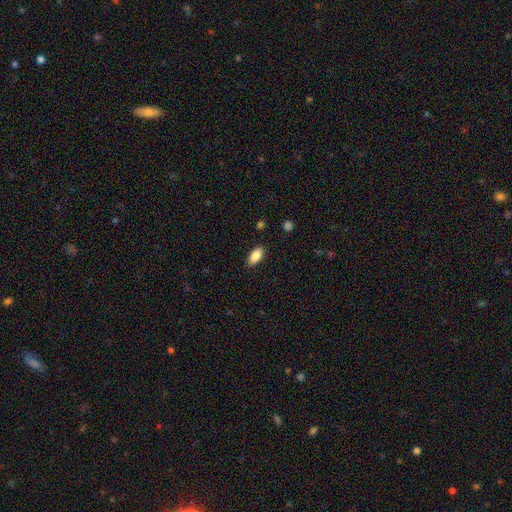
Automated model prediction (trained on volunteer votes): smooth 86%, featured or disk 7%, star or artifact 7%. Down the decision tree: how rounded — in between (89%); merging — none (87%).